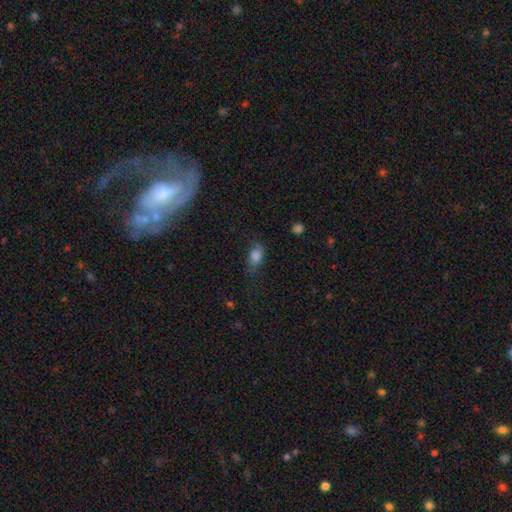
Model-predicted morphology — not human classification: A smooth galaxy with no disk features (79%) that is in between round and cigar-shaped (81%). Merging: none (57%).